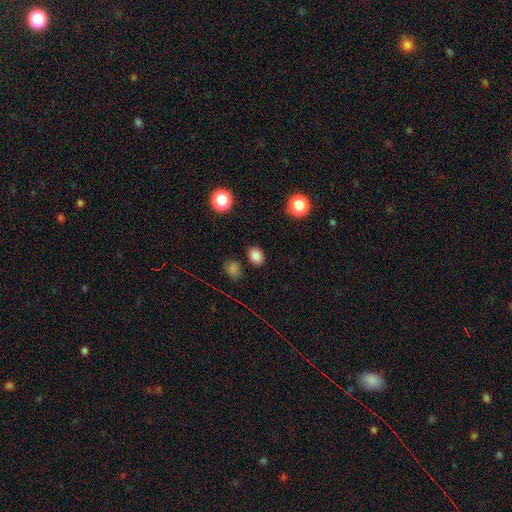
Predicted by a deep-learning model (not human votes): Overall: smooth (83%). How rounded: in between (54%; round 45%). Merging: none (86%).